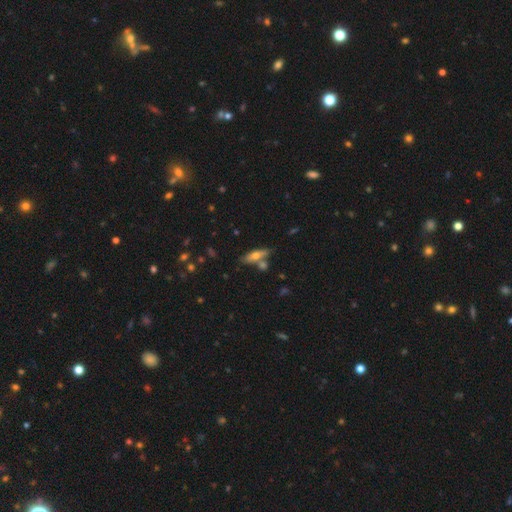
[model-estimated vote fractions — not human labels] smooth-or-featured: smooth: 52% | featured or disk: 40% | star or artifact: 8%
  how-rounded: cigar-shaped: 53% | in between: 43% | round: 3%
  merging: none: 63% | merger: 19% | minor disturbance: 13% | major disturbance: 4%